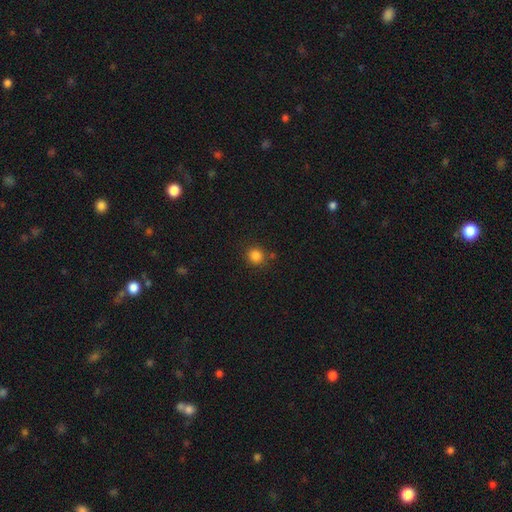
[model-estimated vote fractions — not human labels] smooth-or-featured: smooth: 84% | star or artifact: 12% | featured or disk: 4%
  how-rounded: round: 89% | in between: 10% | cigar-shaped: 1%
  merging: none: 83% | minor disturbance: 9% | merger: 5% | major disturbance: 3%